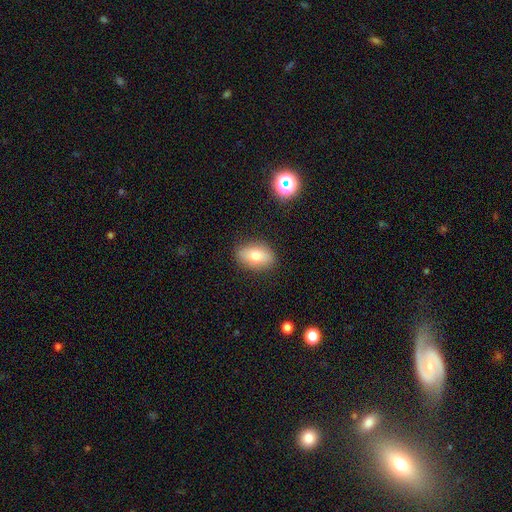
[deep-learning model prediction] Smooth or featured? smooth (74%)
How rounded? in between (83%)
Merging? none (86%)